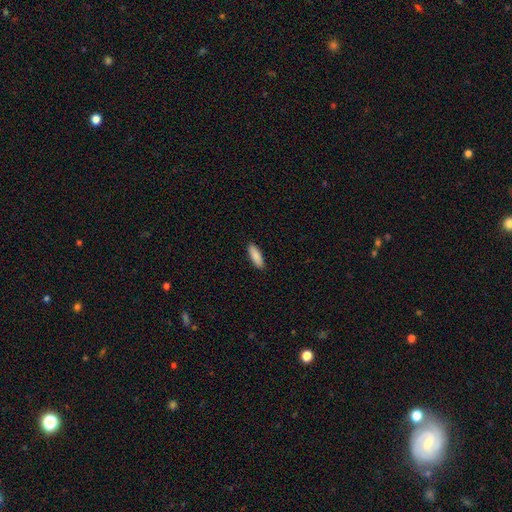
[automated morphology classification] A smooth galaxy with no disk features (89%) that is in between round and cigar-shaped (60%). Merging: none (90%).